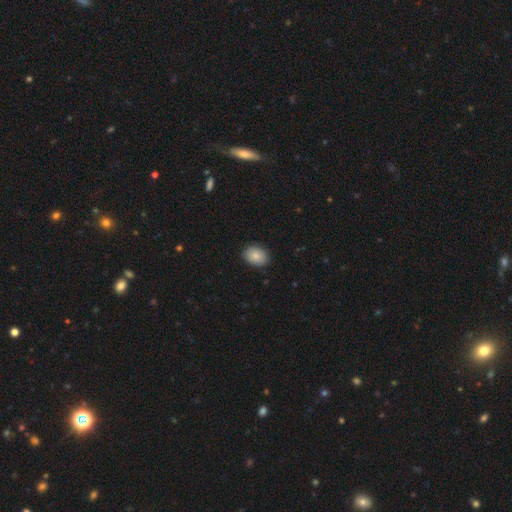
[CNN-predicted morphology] This appears to be a smooth galaxy with no disk features (84%) that is in between round and cigar-shaped (72%). Merging: none (87%).